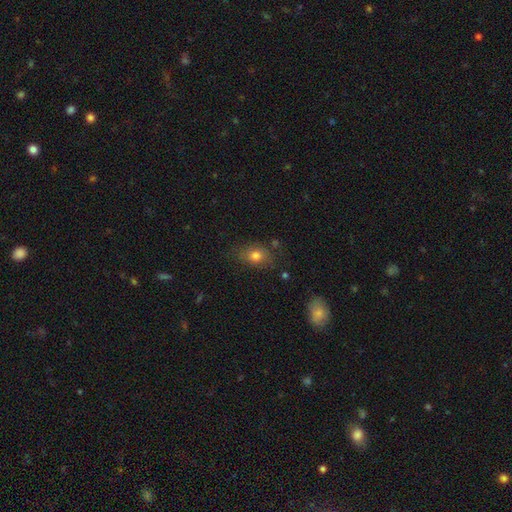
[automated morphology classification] Overall: smooth (77%). How rounded: in between (66%; round 32%). Merging: none (70%).